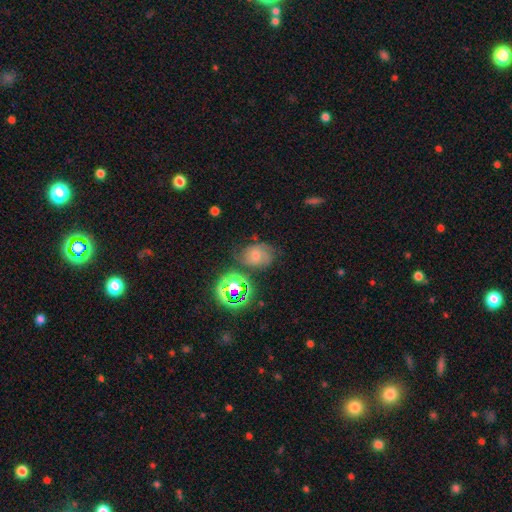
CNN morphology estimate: This appears to be a featured or disk galaxy (38%). Merging: none (67%).